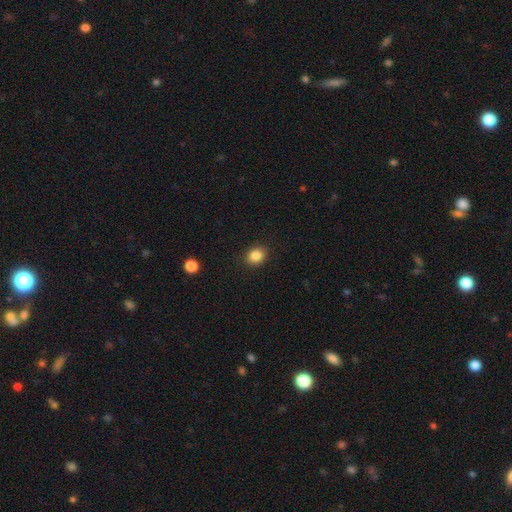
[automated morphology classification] Smooth or featured: smooth — 85% (star or artifact — 10%)
How rounded: round — 62% (in between — 37%)
Merging: none — 90% (minor disturbance — 7%)